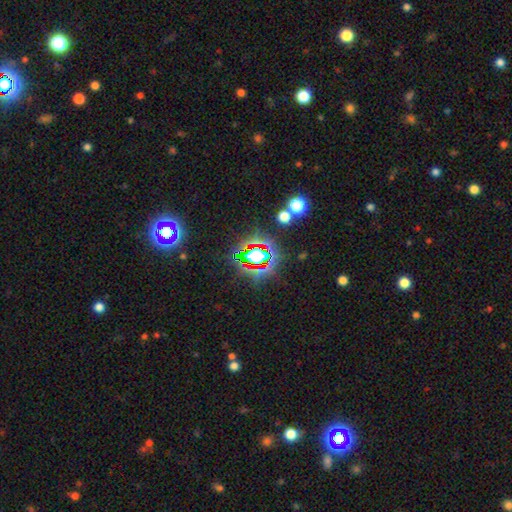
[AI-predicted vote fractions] Smooth or featured? star or artifact (71%)